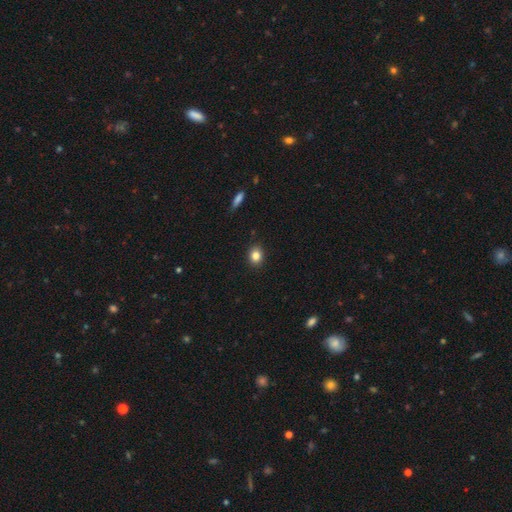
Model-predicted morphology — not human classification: Smooth or featured? Predicted: smooth (p=0.84). How rounded? Predicted: round (p=0.60). Merging? Predicted: none (p=0.89).